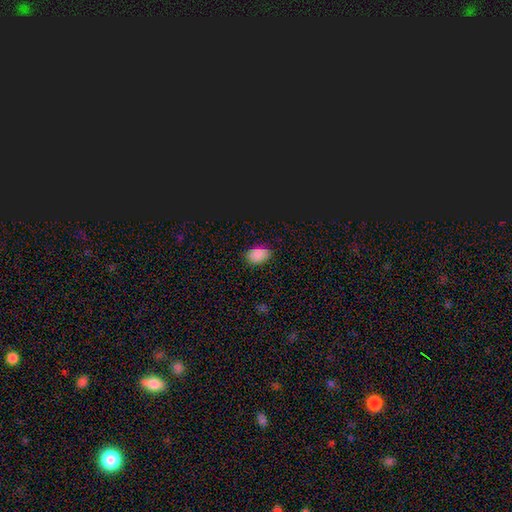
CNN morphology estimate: smooth_or_featured: smooth (p=0.83) [alt: star or artifact p=0.13]
how_rounded: in between (p=0.84) [alt: round p=0.15]
merging: none (p=0.81) [alt: minor disturbance p=0.15]